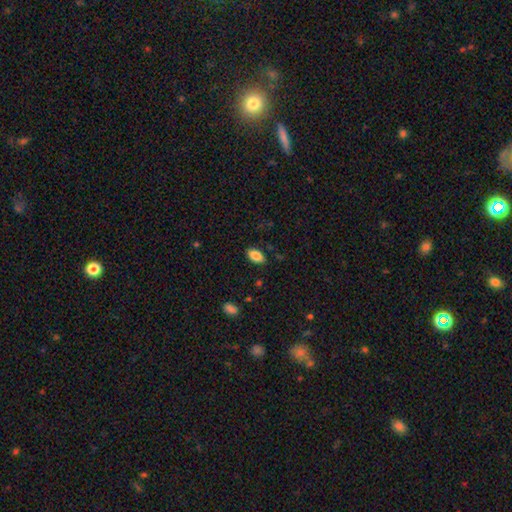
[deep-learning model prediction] This is clearly a smooth galaxy (87%). How rounded: clearly in between (93%). Merging: clearly none (85%).